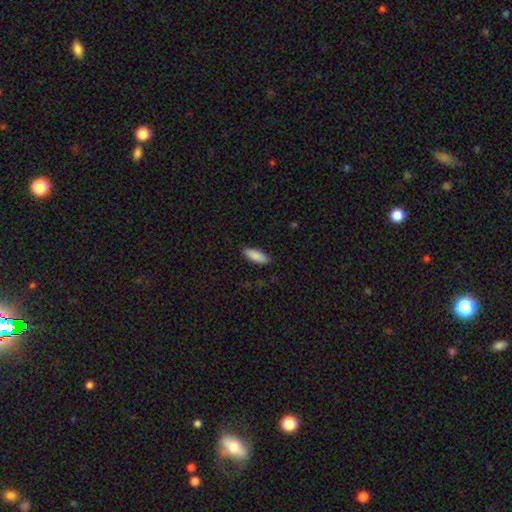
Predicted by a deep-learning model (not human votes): A smooth galaxy with no disk features (89%) that is in between round and cigar-shaped (68%). Merging: none (88%).